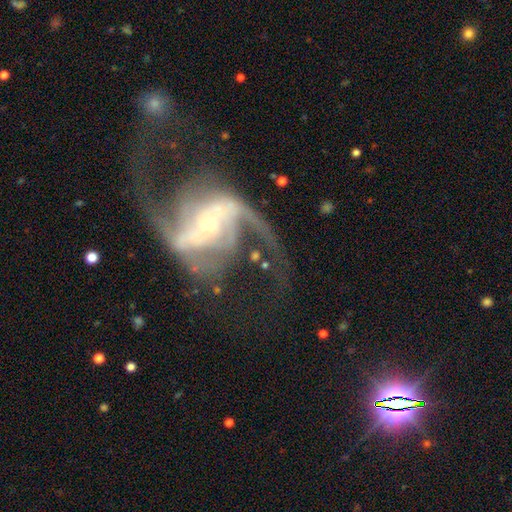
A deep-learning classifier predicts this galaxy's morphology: Smooth or featured? Predicted: featured or disk (p=0.86). Edge-on disk? Predicted: no (p=0.96). Bar? Predicted: strong (p=0.37). Spiral arms? Predicted: yes (p=0.93). Spiral winding? Predicted: loose (p=0.58). Spiral arm count? Predicted: 2 (p=0.70). Bulge size? Predicted: small (p=0.70). Merging? Predicted: none (p=0.40).